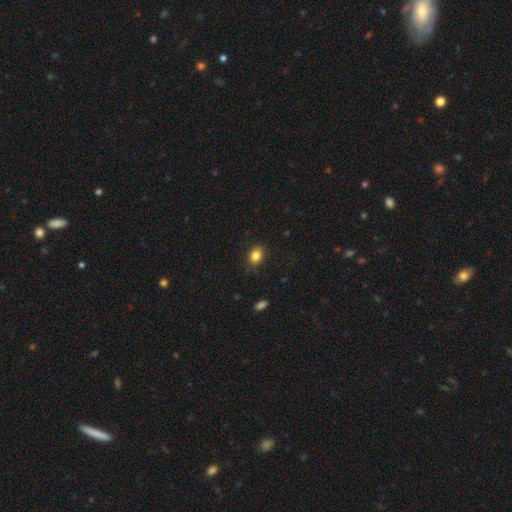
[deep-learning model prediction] Q: Smooth or featured?
A: smooth (85%); runner-up: star or artifact (10%)
Q: How rounded?
A: in between (64%); runner-up: round (35%)
Q: Merging?
A: none (85%); runner-up: minor disturbance (11%)